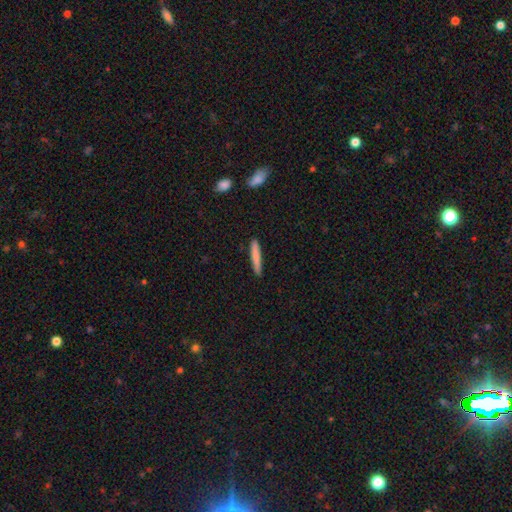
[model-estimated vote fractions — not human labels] A smooth galaxy with no disk features (80%) that is cigar-shaped (94%). Merging: none (90%).